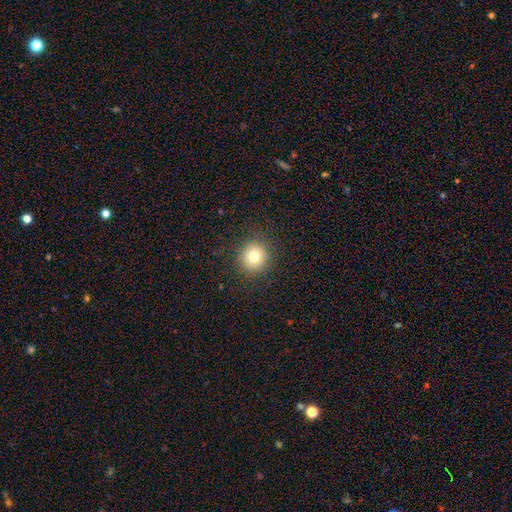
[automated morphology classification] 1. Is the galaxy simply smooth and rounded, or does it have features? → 77% smooth, 14% star or artifact, 8% featured or disk.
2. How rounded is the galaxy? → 91% round, 8% in between, 1% cigar-shaped.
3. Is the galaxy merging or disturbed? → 91% none, 6% minor disturbance, 2% major disturbance, 1% merger.